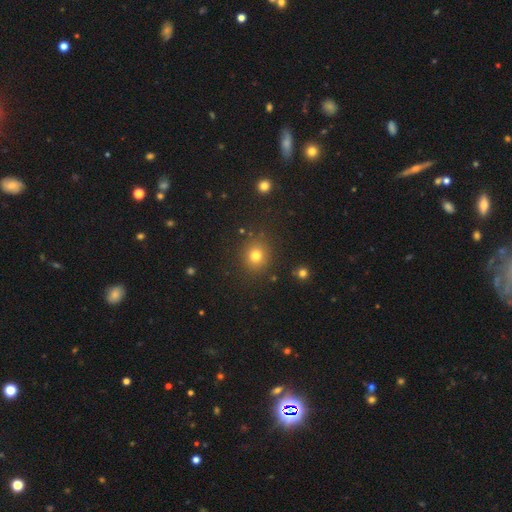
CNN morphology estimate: Q: Smooth or featured?
A: smooth (78%); runner-up: star or artifact (15%)
Q: How rounded?
A: round (86%); runner-up: in between (14%)
Q: Merging?
A: none (87%); runner-up: minor disturbance (8%)